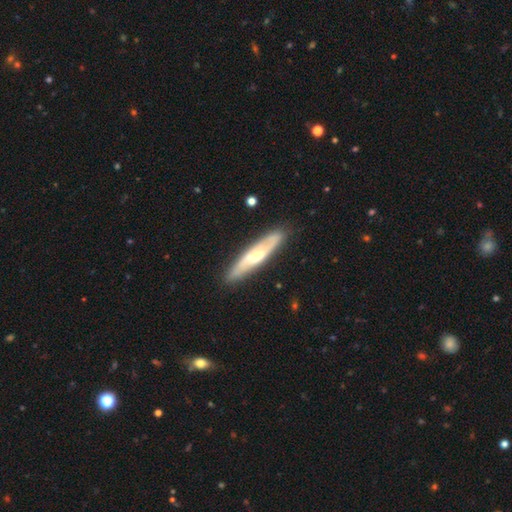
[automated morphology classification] Q: Smooth or featured?
A: featured or disk (57%); runner-up: smooth (36%)
Q: Edge-on disk?
A: yes (74%); runner-up: no (26%)
Q: Merging?
A: none (87%); runner-up: minor disturbance (9%)